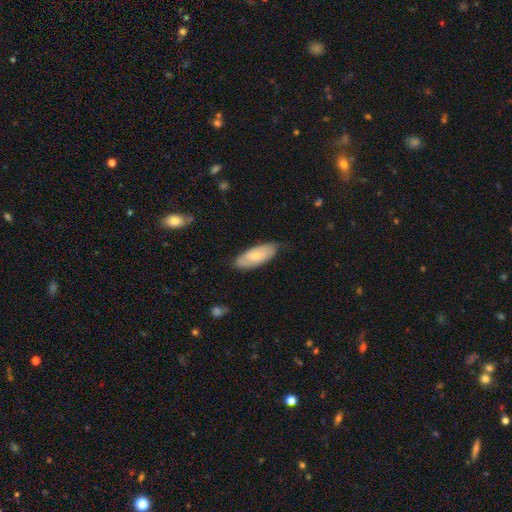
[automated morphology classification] smooth 57%, featured or disk 37%, star or artifact 6%. Down the decision tree: how rounded — in between (81%); merging — none (69%).